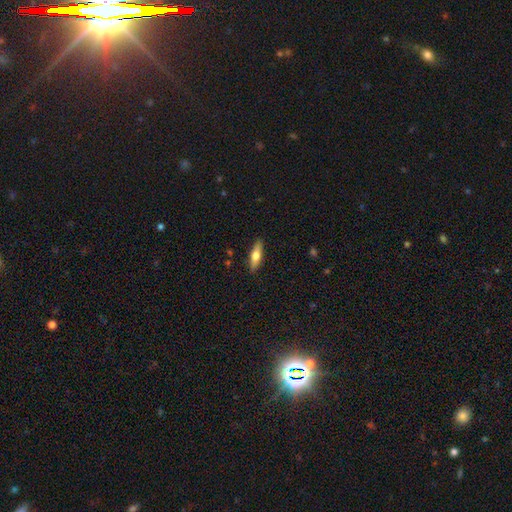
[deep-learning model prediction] A smooth galaxy with no disk features (57%) that is cigar-shaped (57%).

Vote fractions:
- Smooth or featured? smooth: 57% / featured or disk: 38% / star or artifact: 6%
- How rounded? cigar-shaped: 57% / in between: 40% / round: 2%
- Merging? none: 88% / minor disturbance: 9% / major disturbance: 2% / merger: 1%